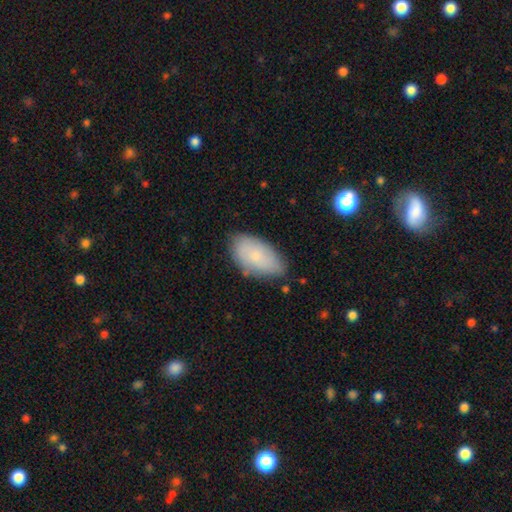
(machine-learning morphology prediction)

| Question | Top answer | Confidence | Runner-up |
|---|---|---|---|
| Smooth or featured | smooth | 75% | featured or disk (18%) |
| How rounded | in between | 94% | round (3%) |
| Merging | none | 75% | minor disturbance (20%) |